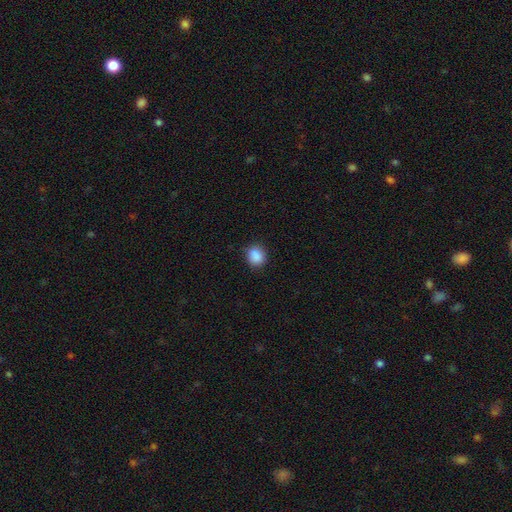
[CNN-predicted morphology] smooth-or-featured: smooth: 88% | star or artifact: 9% | featured or disk: 3%
  how-rounded: round: 68% | in between: 31% | cigar-shaped: 1%
  merging: none: 84% | minor disturbance: 12% | major disturbance: 3% | merger: 1%